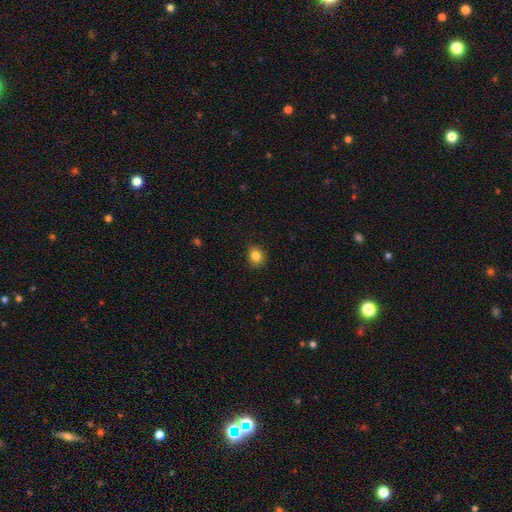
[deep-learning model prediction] Smooth or featured: smooth — 84% (star or artifact — 11%)
How rounded: round — 73% (in between — 26%)
Merging: none — 88% (minor disturbance — 9%)